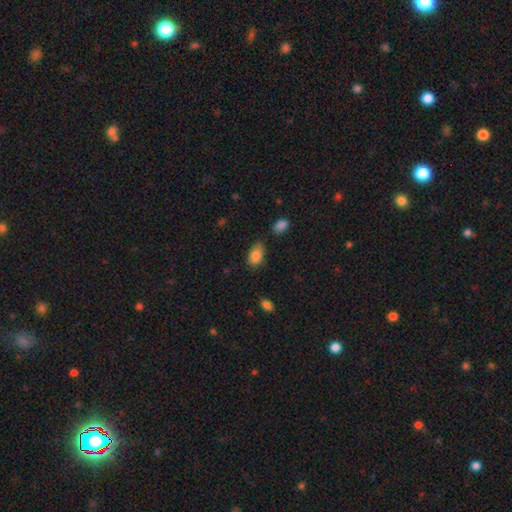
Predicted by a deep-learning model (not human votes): Smooth or featured? Predicted: smooth (p=0.85). How rounded? Predicted: in between (p=0.90). Merging? Predicted: none (p=0.62).